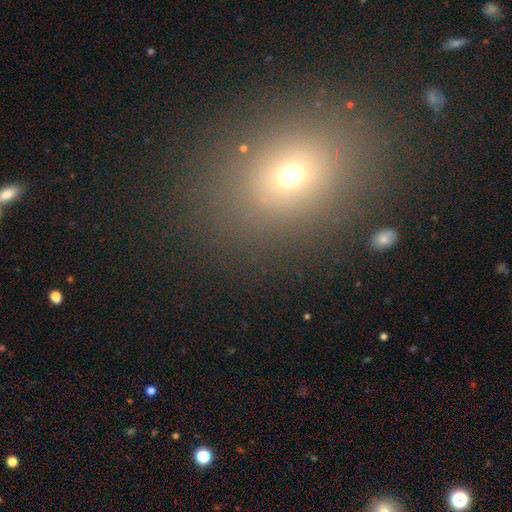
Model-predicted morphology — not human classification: Smooth or featured? smooth (61%)
How rounded? round (50%)
Merging? none (86%)